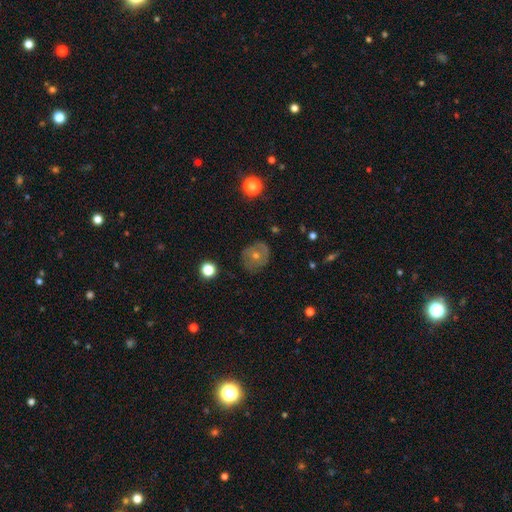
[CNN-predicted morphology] featured or disk 52%, smooth 35%, star or artifact 13%. Down the decision tree: edge-on disk — no (95%); merging — none (76%).